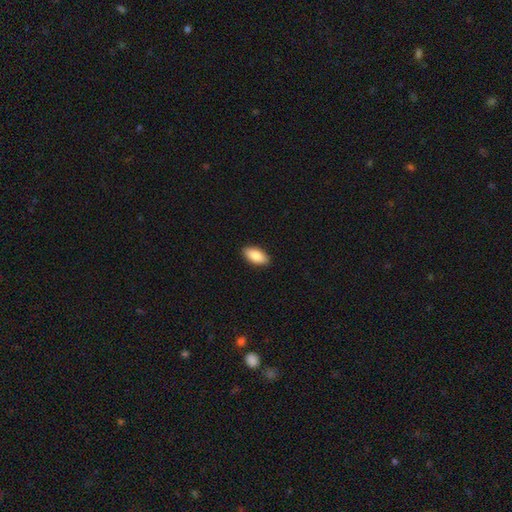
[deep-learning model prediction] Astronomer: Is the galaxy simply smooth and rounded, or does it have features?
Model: smooth — 88%.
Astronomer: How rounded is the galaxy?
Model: in between — 91%.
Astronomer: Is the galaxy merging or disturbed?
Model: none — 90%.